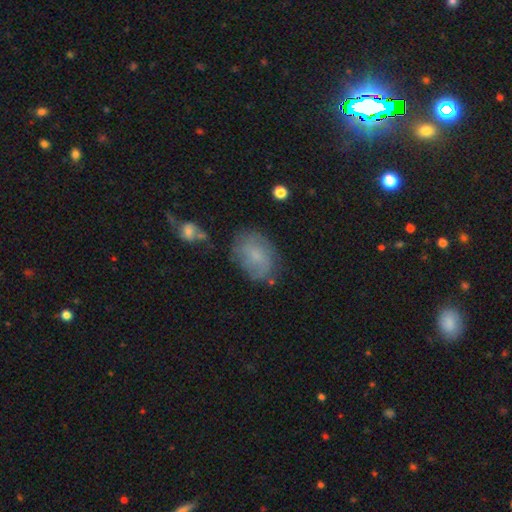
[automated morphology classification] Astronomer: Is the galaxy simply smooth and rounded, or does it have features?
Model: smooth — 54% (runner-up: featured or disk, 37%).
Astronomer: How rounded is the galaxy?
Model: in between — 78%.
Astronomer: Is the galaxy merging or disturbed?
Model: none — 67%.